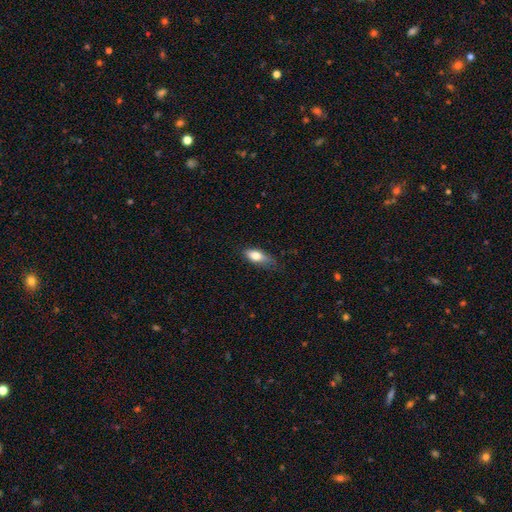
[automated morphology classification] A smooth galaxy with no disk features (76%) that is in between round and cigar-shaped (77%).

Vote fractions:
- Smooth or featured? smooth: 76% / featured or disk: 17% / star or artifact: 7%
- How rounded? in between: 77% / cigar-shaped: 18% / round: 4%
- Merging? none: 59% / minor disturbance: 31% / major disturbance: 8% / merger: 1%